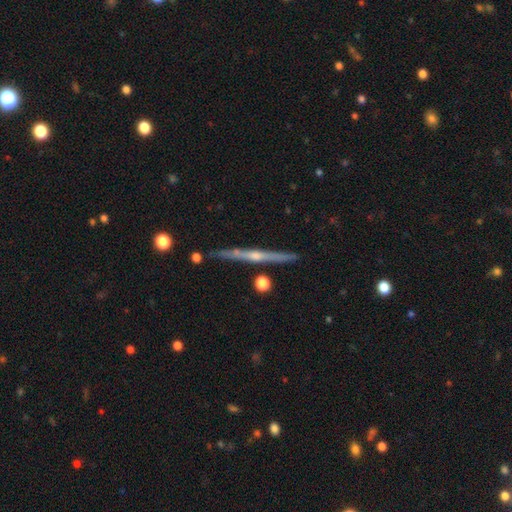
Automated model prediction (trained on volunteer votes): A featured or disk galaxy (81%) viewed edge-on (98%) with a rounded central bulge (74%).

Vote fractions:
- Smooth or featured? featured or disk: 81% / smooth: 13% / star or artifact: 7%
- Edge-on disk? yes: 98% / no: 2%
- Edge-on bulge? rounded: 74% / none: 19% / boxy: 7%
- Merging? none: 87% / minor disturbance: 8% / merger: 3% / major disturbance: 2%